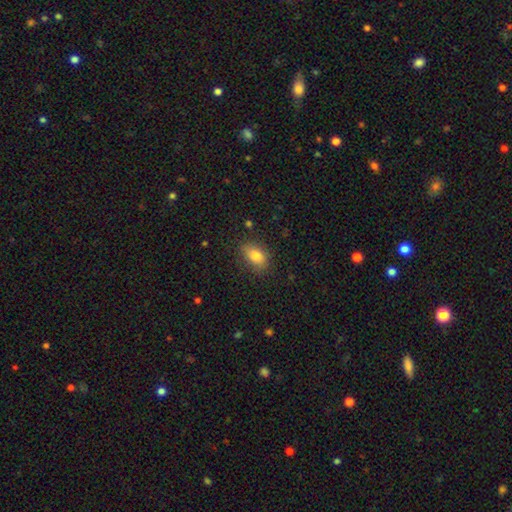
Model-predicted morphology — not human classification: A smooth galaxy with no disk features (83%) that is in between round and cigar-shaped (86%).

Vote fractions:
- Smooth or featured? smooth: 83% / star or artifact: 9% / featured or disk: 8%
- How rounded? in between: 86% / round: 11% / cigar-shaped: 3%
- Merging? none: 75% / minor disturbance: 18% / major disturbance: 5% / merger: 2%